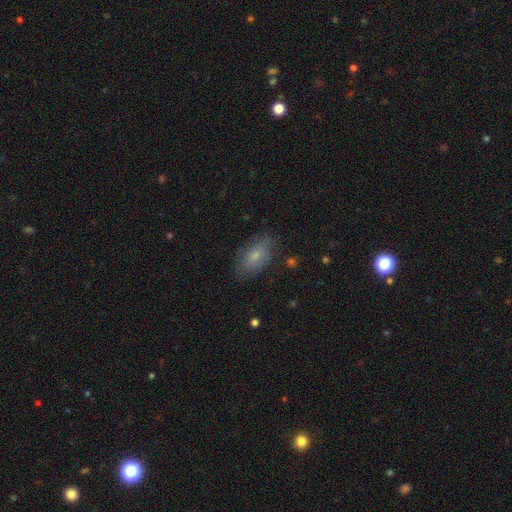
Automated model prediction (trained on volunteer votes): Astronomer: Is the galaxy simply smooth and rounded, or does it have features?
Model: smooth — 65%.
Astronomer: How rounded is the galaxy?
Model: in between — 90%.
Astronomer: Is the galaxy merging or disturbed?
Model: none — 73%.